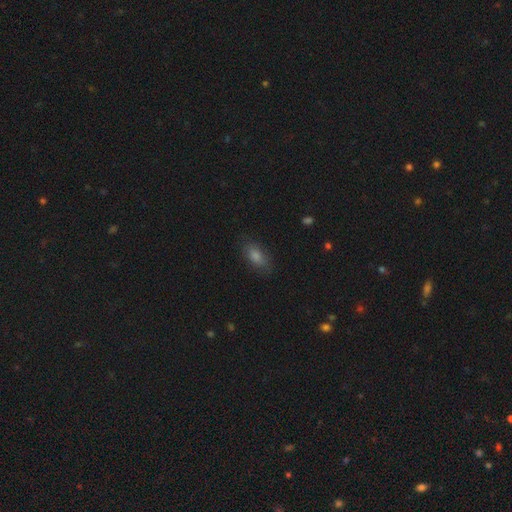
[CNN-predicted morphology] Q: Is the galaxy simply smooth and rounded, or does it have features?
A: smooth — 72%.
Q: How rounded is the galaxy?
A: in between — 84%.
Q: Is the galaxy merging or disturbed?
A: none — 82%.